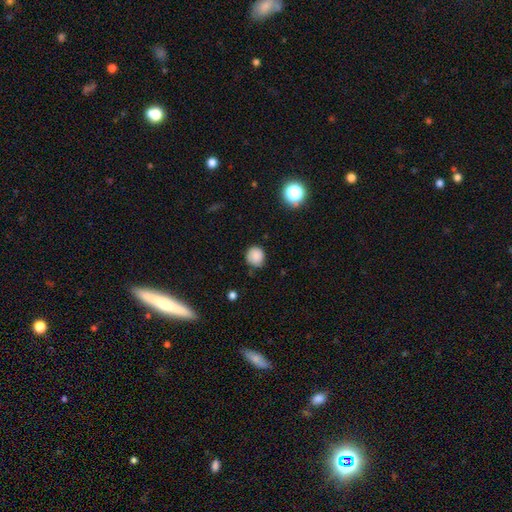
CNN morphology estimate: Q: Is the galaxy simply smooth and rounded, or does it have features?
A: smooth — 86%.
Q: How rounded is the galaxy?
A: round — 88%.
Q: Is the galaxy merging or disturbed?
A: none — 79%.